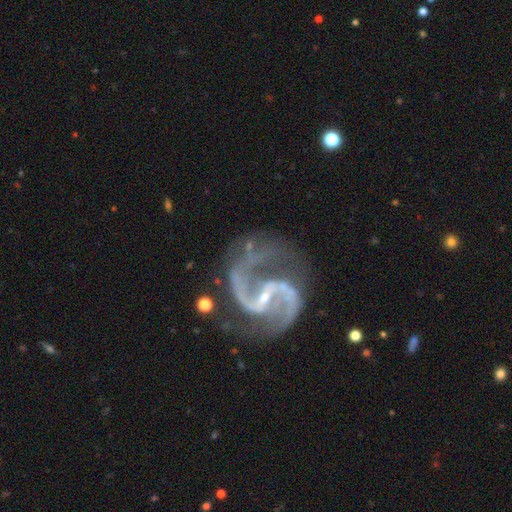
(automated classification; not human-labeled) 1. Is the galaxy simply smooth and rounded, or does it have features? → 94% featured or disk, 4% star or artifact, 2% smooth.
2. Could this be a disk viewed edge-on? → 98% no, 2% yes.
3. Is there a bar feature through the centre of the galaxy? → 40% weak, 35% strong, 25% no.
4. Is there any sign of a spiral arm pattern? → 98% yes, 2% no.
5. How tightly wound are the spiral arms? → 57% medium, 32% loose, 11% tight.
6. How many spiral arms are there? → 93% 2, 2% 3, 1% can't tell, 1% 1, 1% 4, 1% more than 4.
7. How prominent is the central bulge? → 83% small, 12% moderate, 4% none, 1% large, 1% dominant.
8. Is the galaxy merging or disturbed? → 64% none, 19% minor disturbance, 13% major disturbance, 4% merger.